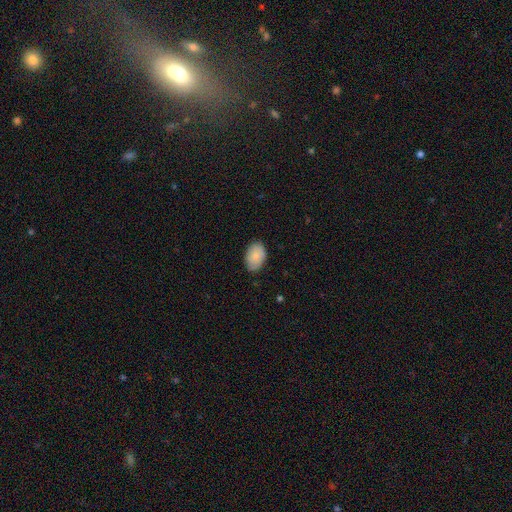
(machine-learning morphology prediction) Smooth or featured?
  - smooth: 86% *
  - featured or disk: 8%
  - star or artifact: 6%
How rounded?
  - in between: 88% *
  - round: 10%
  - cigar-shaped: 1%
Merging?
  - none: 83% *
  - minor disturbance: 13%
  - major disturbance: 2%
  - merger: 1%